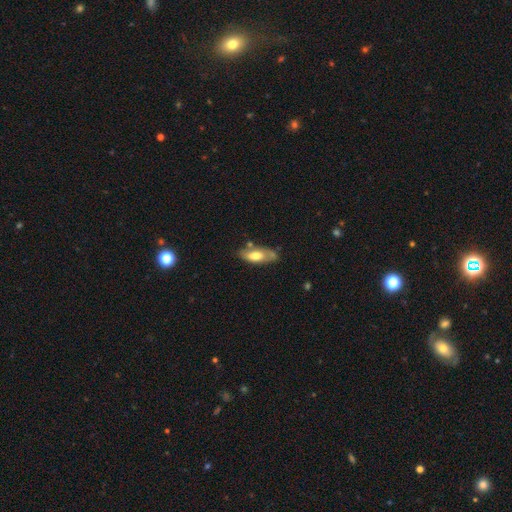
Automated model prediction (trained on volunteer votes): A smooth galaxy with no disk features (63%) that is in between round and cigar-shaped (72%). Merging: none (58%).